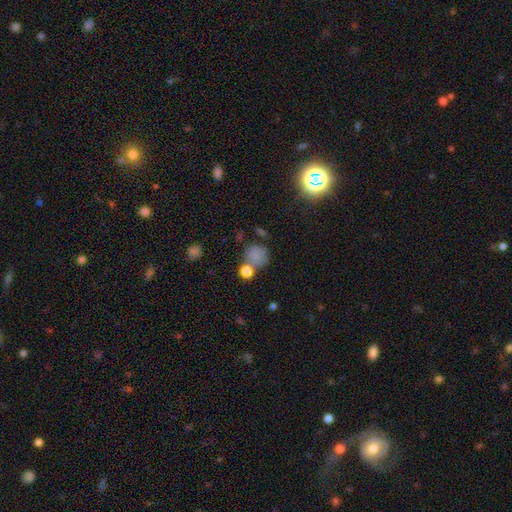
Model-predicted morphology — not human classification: type=smooth (74%); roundness=round (83%); merging=none (54%).